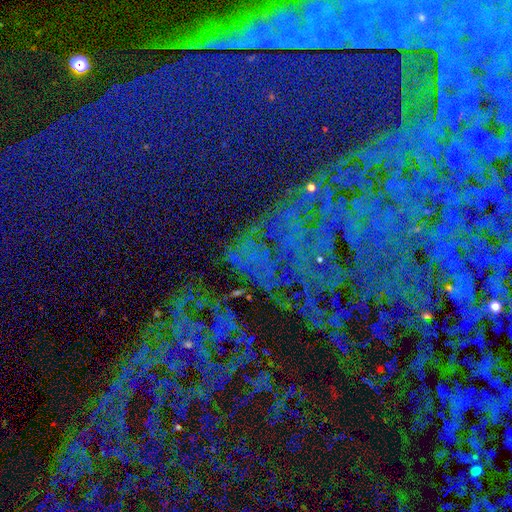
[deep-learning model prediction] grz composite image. It shows a star or artifact, not a galaxy (85%).